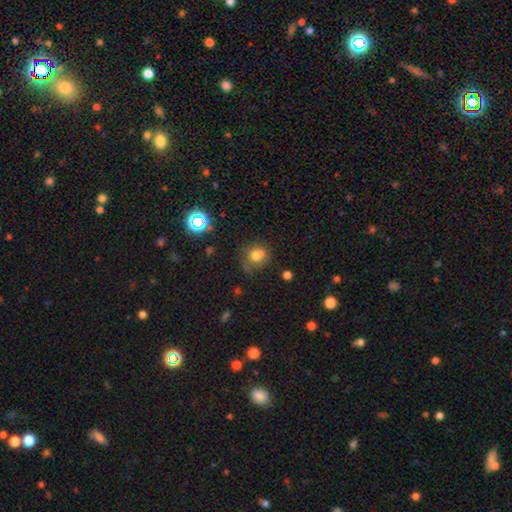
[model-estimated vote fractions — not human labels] Q: Smooth or featured?
A: smooth (66%); runner-up: star or artifact (18%)
Q: How rounded?
A: round (52%); runner-up: in between (47%)
Q: Merging?
A: none (40%); runner-up: merger (23%)